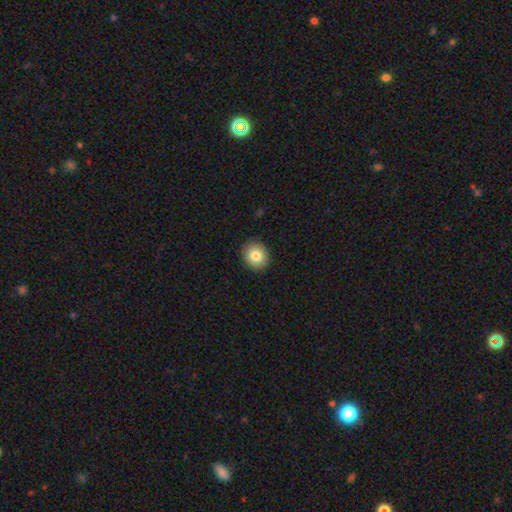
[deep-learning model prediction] Overall: smooth (82%). How rounded: round (78%). Merging: none (91%).